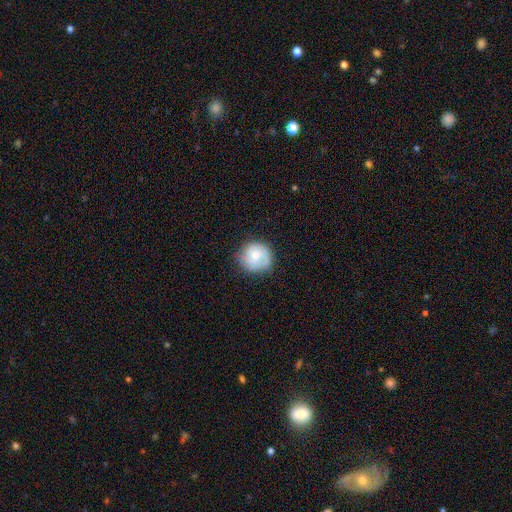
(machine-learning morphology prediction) A smooth galaxy with no disk features (70%) that is round (89%).

Vote fractions:
- Smooth or featured? smooth: 70% / featured or disk: 22% / star or artifact: 7%
- How rounded? round: 89% / in between: 10% / cigar-shaped: 1%
- Merging? none: 72% / minor disturbance: 21% / major disturbance: 5% / merger: 1%